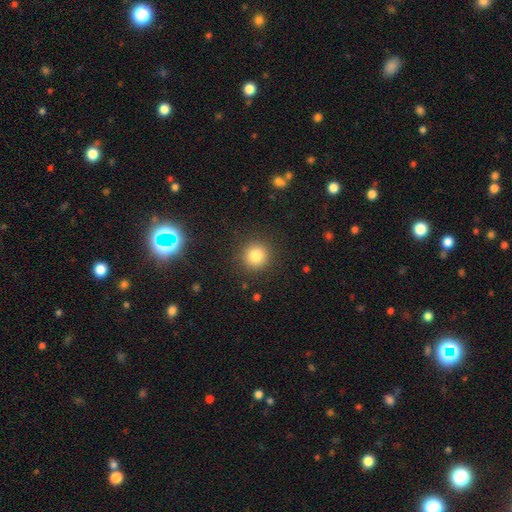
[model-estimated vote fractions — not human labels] smooth_or_featured: smooth (p=0.82) [alt: star or artifact p=0.11]
how_rounded: round (p=0.94) [alt: in between p=0.05]
merging: none (p=0.90) [alt: minor disturbance p=0.06]